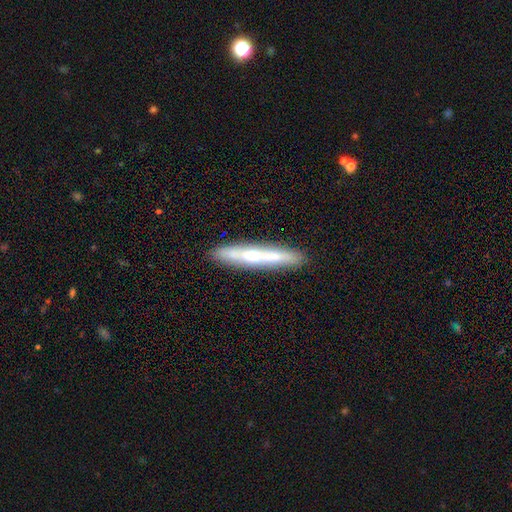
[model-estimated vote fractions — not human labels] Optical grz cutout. It shows a featured or disk galaxy (50%) viewed edge-on (88%). Merging: none (89%).